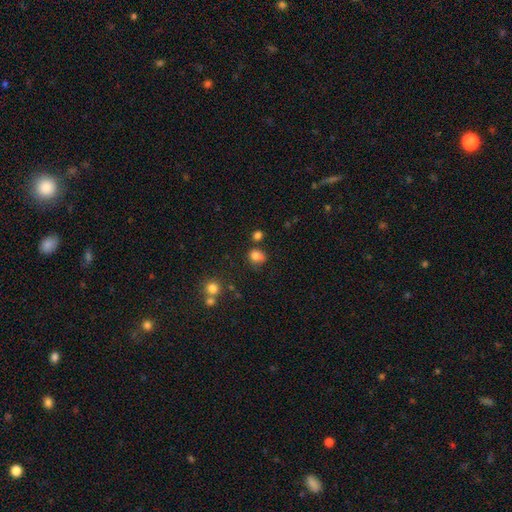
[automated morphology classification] This appears to be a smooth galaxy with no disk features (80%) that is round (67%). Merging: none (58%).